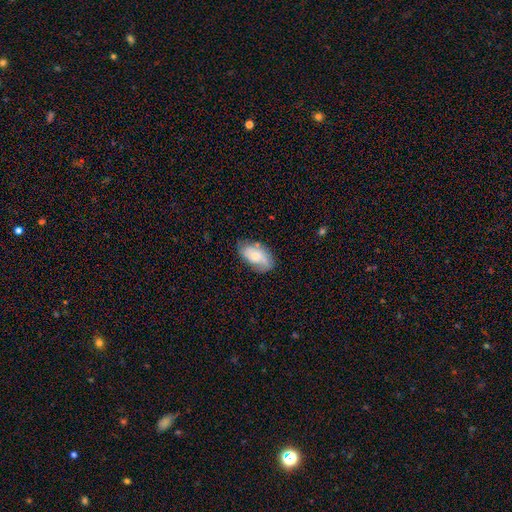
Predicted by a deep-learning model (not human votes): Smooth or featured? Predicted: smooth (p=0.57). How rounded? Predicted: in between (p=0.93). Merging? Predicted: none (p=0.64).